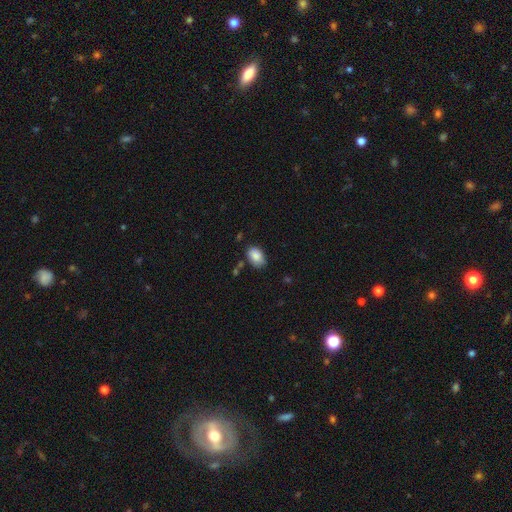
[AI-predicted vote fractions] Overall: smooth (86%). How rounded: in between (87%). Merging: none (72%).